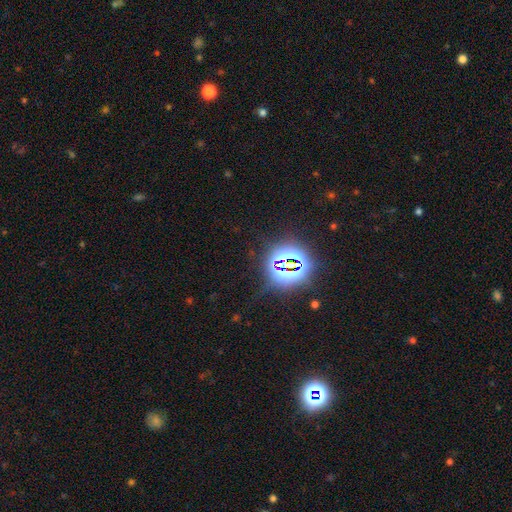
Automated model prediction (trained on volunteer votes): Smooth or featured: star or artifact — 84% (smooth — 10%)